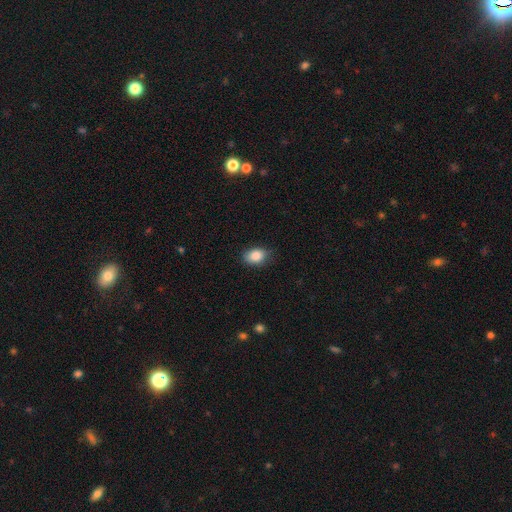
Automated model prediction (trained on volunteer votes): This appears to be a smooth galaxy with no disk features (87%) that is in between round and cigar-shaped (78%). Merging: none (77%).